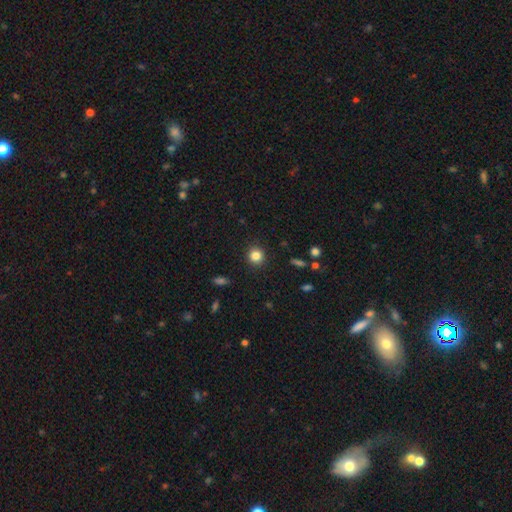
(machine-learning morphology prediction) smooth 83%, star or artifact 11%, featured or disk 5%. Down the decision tree: how rounded — round (90%); merging — none (91%).